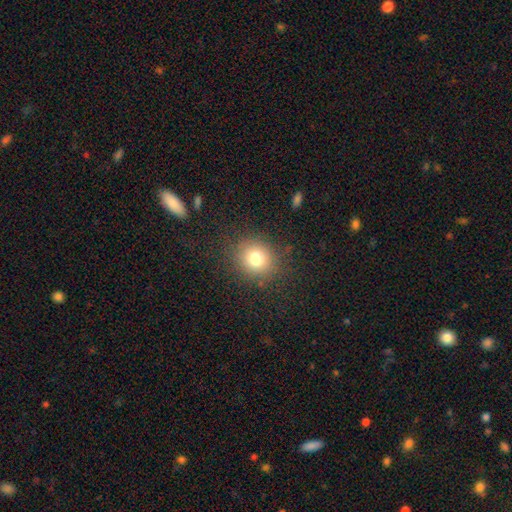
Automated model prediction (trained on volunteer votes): A smooth galaxy with no disk features (72%) that is round (85%). Merging: none (90%).